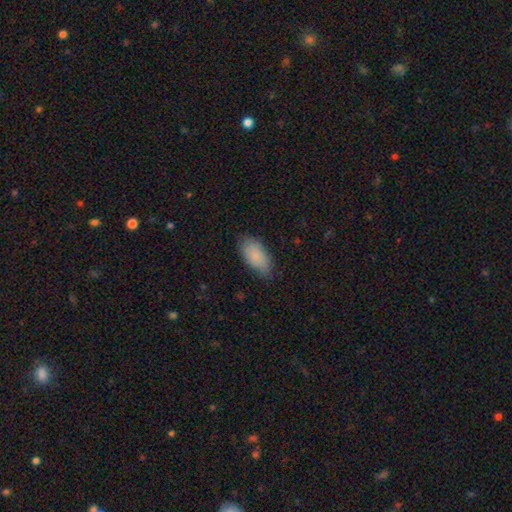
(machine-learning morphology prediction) smooth 87%, featured or disk 7%, star or artifact 6%. Down the decision tree: how rounded — in between (93%); merging — none (78%).